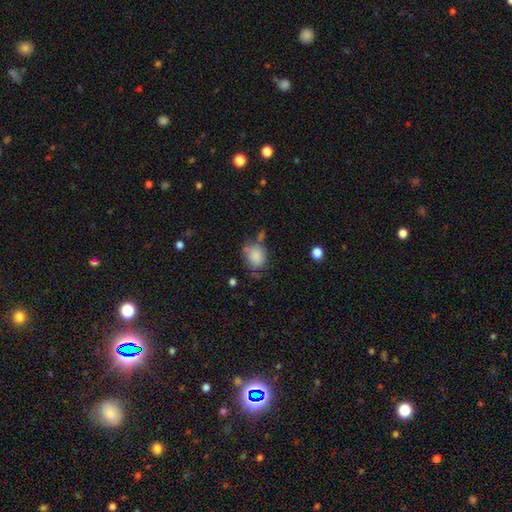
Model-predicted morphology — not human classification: Smooth or featured: smooth — 84% (star or artifact — 9%)
How rounded: round — 55% (in between — 44%)
Merging: none — 57% (minor disturbance — 23%)